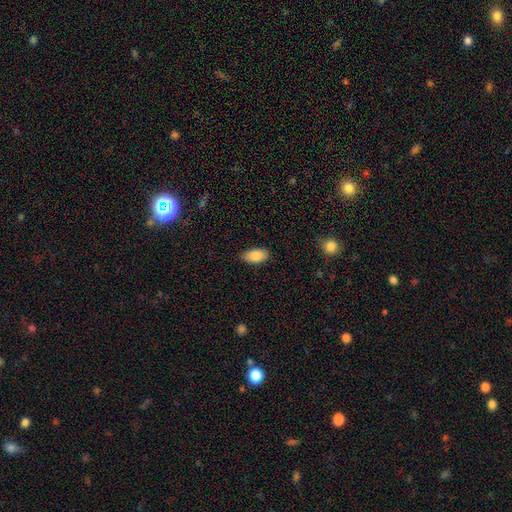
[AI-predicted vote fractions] The model was most divided on "merging": none: 83%, minor disturbance: 13%, major disturbance: 2%, merger: 1%. More confident: how rounded — in between (93%); smooth or featured — smooth (87%).